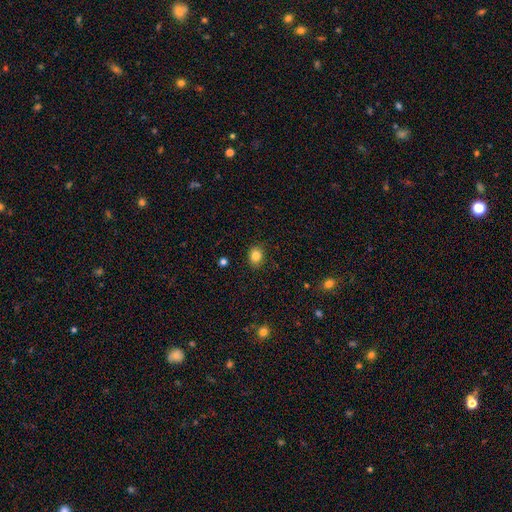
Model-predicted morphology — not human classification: Smooth or featured? smooth (84%)
How rounded? round (56%)
Merging? none (87%)